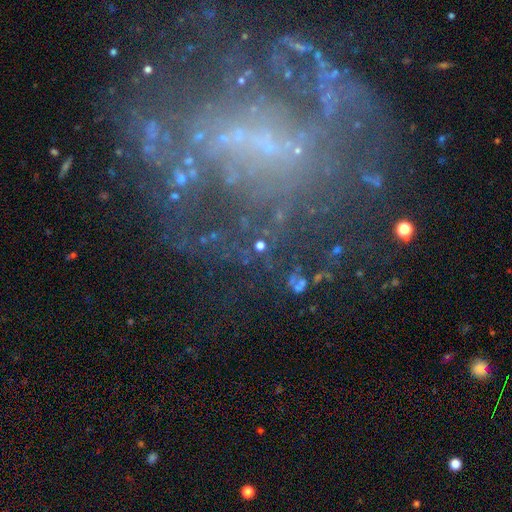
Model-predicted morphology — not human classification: smooth_or_featured: featured or disk (p=0.72) [alt: star or artifact p=0.17]
disk_edge_on: no (p=0.97) [alt: yes p=0.03]
bar: no (p=0.44) [alt: weak p=0.37]
has_spiral_arms: yes (p=0.58) [alt: no p=0.42]
bulge_size: small (p=0.44) [tied with: none p=0.44]
merging: none (p=0.57) [alt: major disturbance p=0.23]